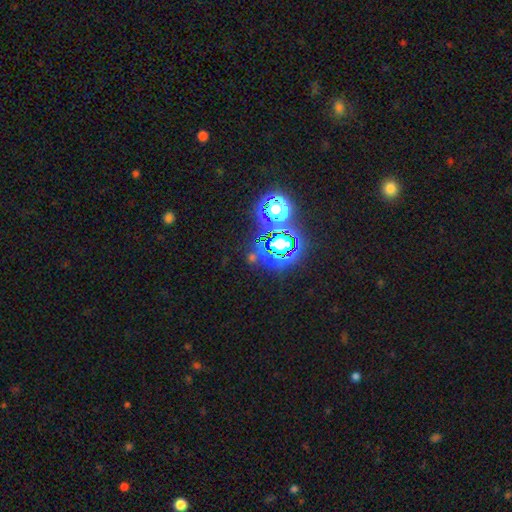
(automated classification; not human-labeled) Smooth or featured? star or artifact (73%)